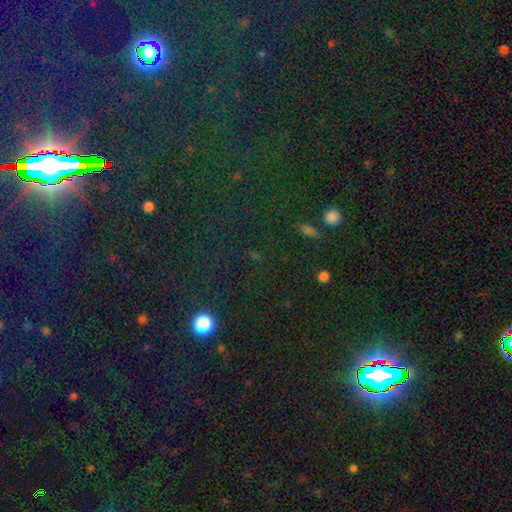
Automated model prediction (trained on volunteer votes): star or artifact 72%, smooth 20%, featured or disk 9%.